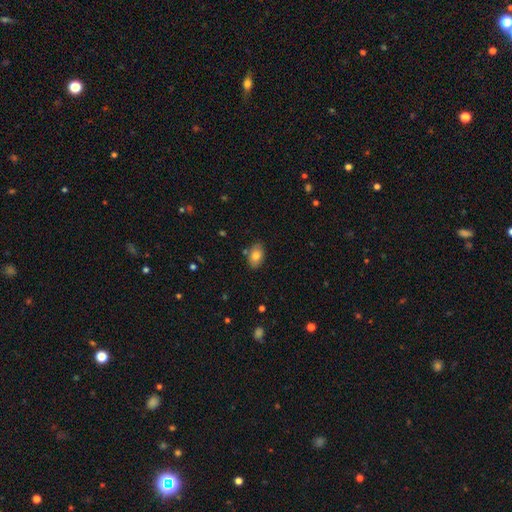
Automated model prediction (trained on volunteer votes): Overall: smooth (80%). How rounded: in between (90%). Merging: none (82%).